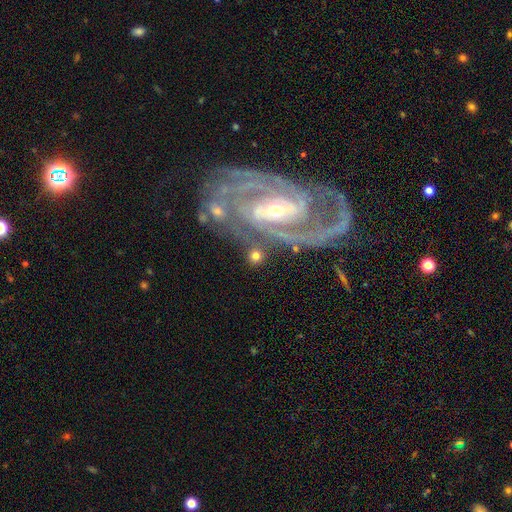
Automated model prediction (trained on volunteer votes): The model was most divided on "smooth or featured": featured or disk: 46%, smooth: 45%, star or artifact: 9%. More confident: merging — none (64%).